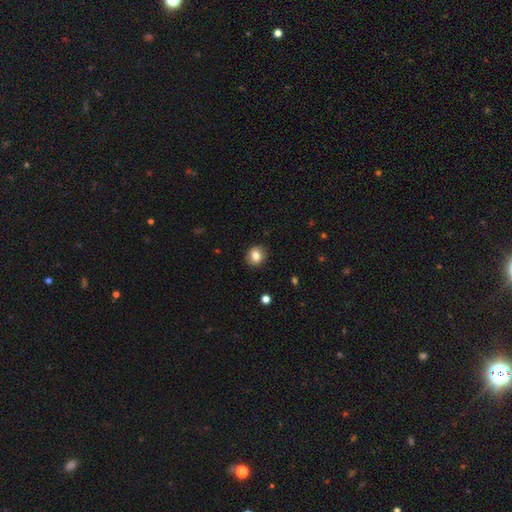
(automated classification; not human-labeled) This is clearly a smooth galaxy (82%). How rounded: clearly round (82%). Merging: clearly none (90%).